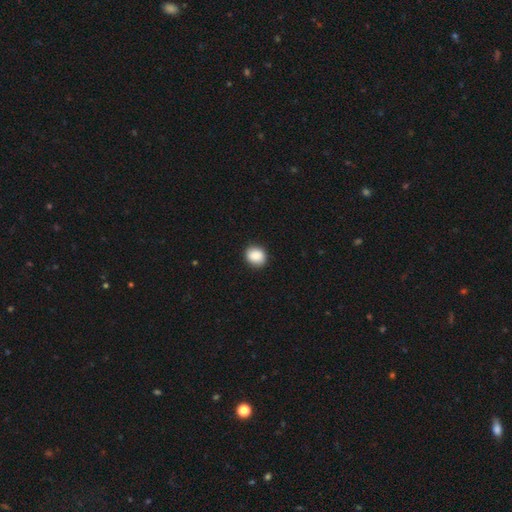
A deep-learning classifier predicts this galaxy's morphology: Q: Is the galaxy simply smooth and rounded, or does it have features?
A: smooth — 88%.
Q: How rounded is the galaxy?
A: round — 67%.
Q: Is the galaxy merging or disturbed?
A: none — 88%.